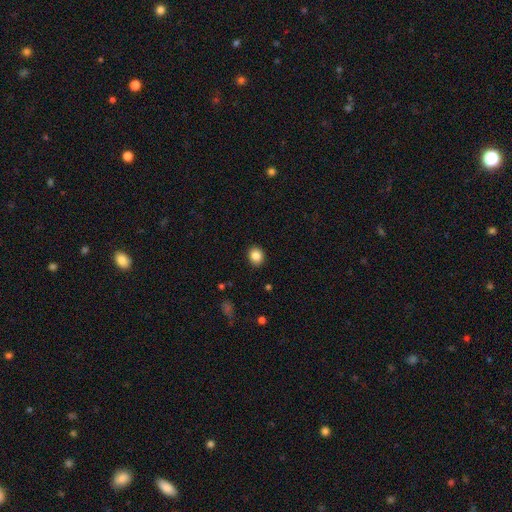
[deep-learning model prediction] Morphology: type=smooth (85%); roundness=round (71%); merging=none (91%).